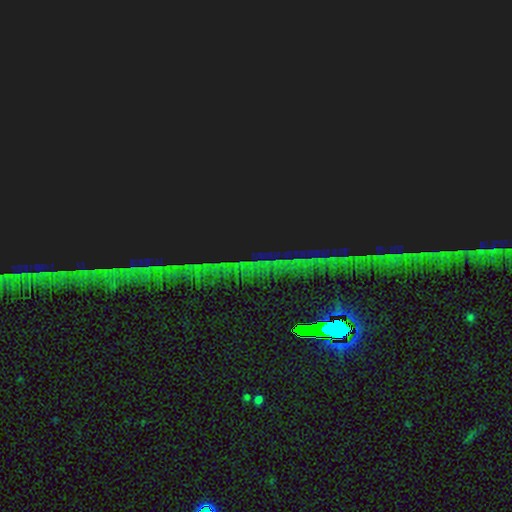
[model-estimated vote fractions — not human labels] Morphology: type=star or artifact (87%).